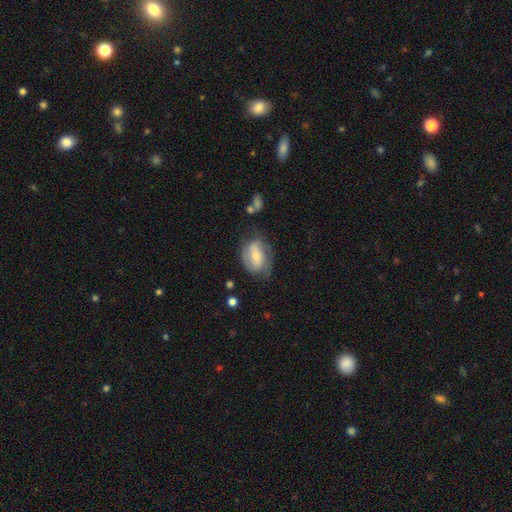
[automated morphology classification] A featured or disk galaxy (65%) with a weak bar (41%), 2 (64%) medium (44%) spiral arms (84%) and a small central bulge (56%). Merging: none (59%).